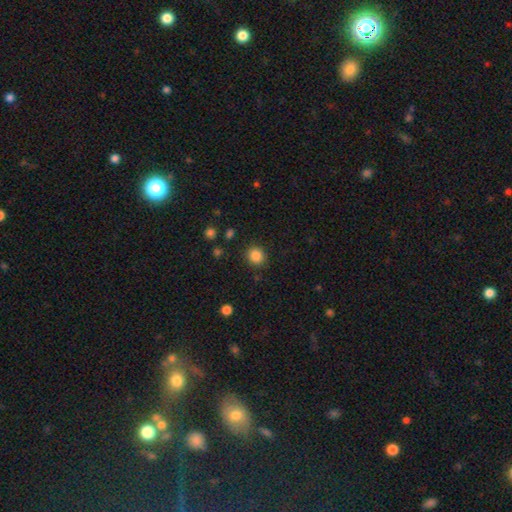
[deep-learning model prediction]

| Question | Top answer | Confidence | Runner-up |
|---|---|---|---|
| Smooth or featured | smooth | 86% | star or artifact (11%) |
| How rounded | round | 87% | in between (12%) |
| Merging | none | 88% | minor disturbance (8%) |